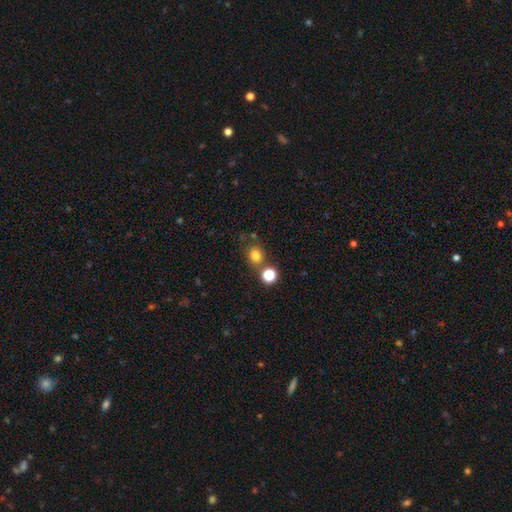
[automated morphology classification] A smooth galaxy with no disk features (79%) that is round (73%).

Vote fractions:
- Smooth or featured? smooth: 79% / star or artifact: 15% / featured or disk: 6%
- How rounded? round: 73% / in between: 26% / cigar-shaped: 1%
- Merging? none: 67% / merger: 17% / minor disturbance: 11% / major disturbance: 5%